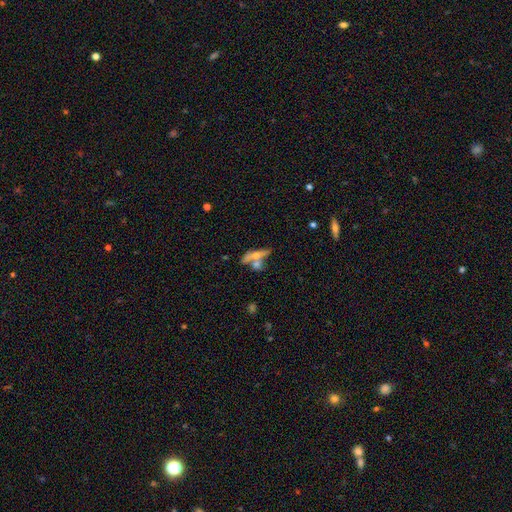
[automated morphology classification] This appears to be a featured or disk galaxy (54%) viewed edge-on (69%). Merging: merger (42%).